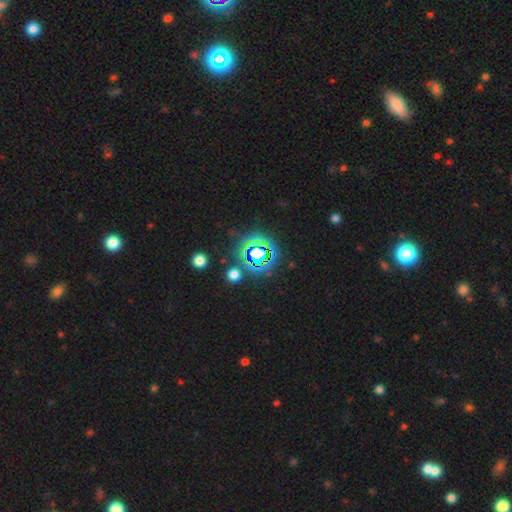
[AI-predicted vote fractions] The model was most divided on "smooth or featured": star or artifact: 78%, smooth: 15%, featured or disk: 7%.